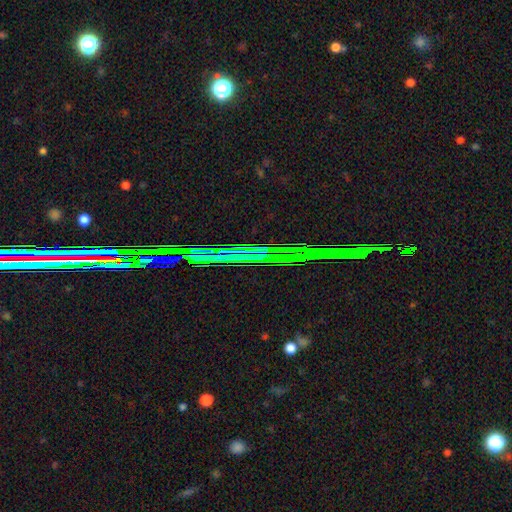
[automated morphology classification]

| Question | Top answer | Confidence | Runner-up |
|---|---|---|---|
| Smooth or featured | star or artifact | 82% | featured or disk (11%) |